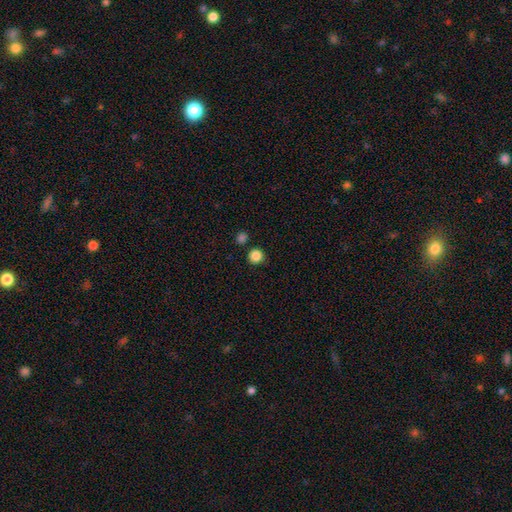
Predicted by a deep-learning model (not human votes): Smooth or featured? smooth (86%)
How rounded? round (95%)
Merging? none (87%)